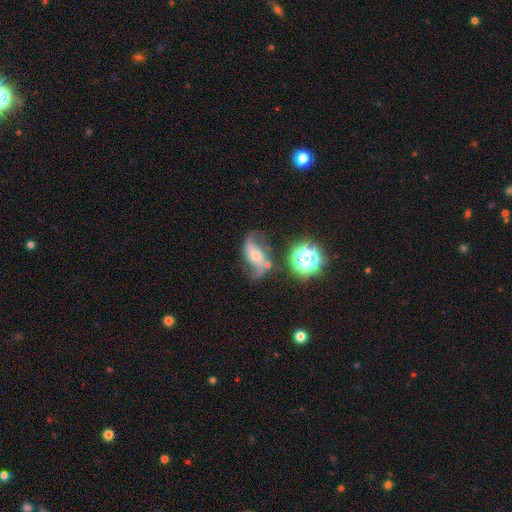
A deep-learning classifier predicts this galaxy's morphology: A featured or disk galaxy (76%) with no bar (51%), 2 (90%) loose (76%) spiral arms (93%) and a moderate central bulge (47%).

Vote fractions:
- Smooth or featured? featured or disk: 76% / star or artifact: 12% / smooth: 12%
- Edge-on disk? no: 95% / yes: 5%
- Bar? no: 51% / weak: 28% / strong: 21%
- Spiral arms? yes: 93% / no: 7%
- Spiral winding? loose: 76% / medium: 18% / tight: 5%
- Spiral arm count? 2: 90% / 1: 4% / can't tell: 3% / 3: 1% / 4: 1% / more than 4: 1%
- Bulge size? moderate: 47% / small: 45% / large: 4% / none: 2% / dominant: 2%
- Merging? none: 62% / minor disturbance: 20% / major disturbance: 13% / merger: 6%